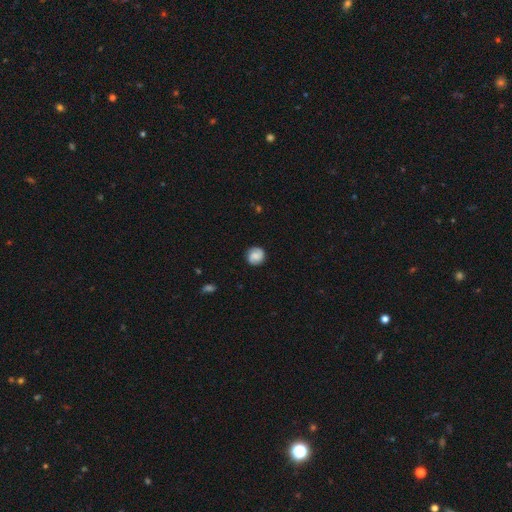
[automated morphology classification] This is possibly a smooth galaxy (59%). How rounded: clearly round (88%). Merging: clearly none (86%).